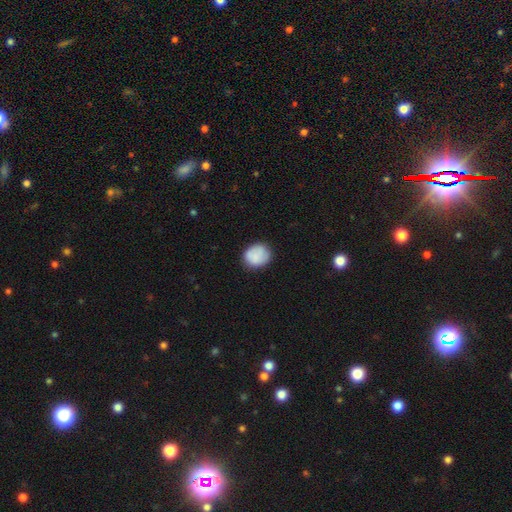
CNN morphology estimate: type=smooth (83%); roundness=round (65%); merging=none (77%).